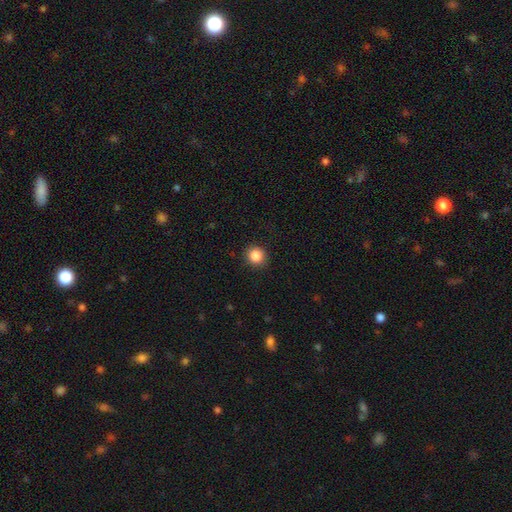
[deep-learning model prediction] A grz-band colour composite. It shows a smooth galaxy with no disk features (86%) that is round (91%). Merging: none (91%).